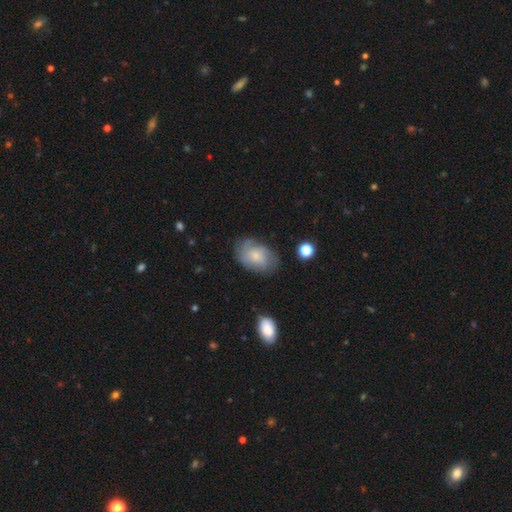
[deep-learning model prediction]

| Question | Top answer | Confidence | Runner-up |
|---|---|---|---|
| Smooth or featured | smooth | 59% | featured or disk (33%) |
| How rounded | in between | 86% | round (13%) |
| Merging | none | 67% | minor disturbance (23%) |